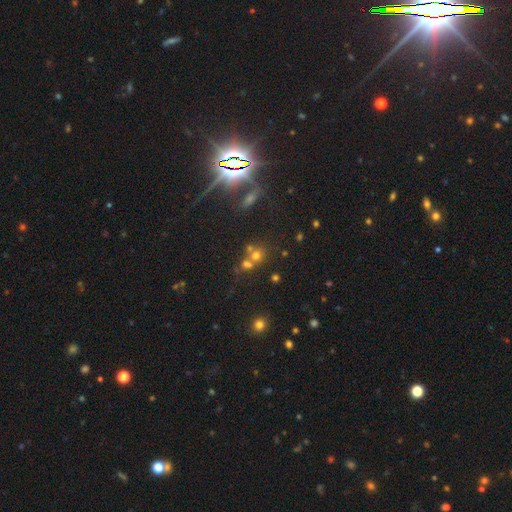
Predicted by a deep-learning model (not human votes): Morphology: type=smooth (48%); merging=none (50%).